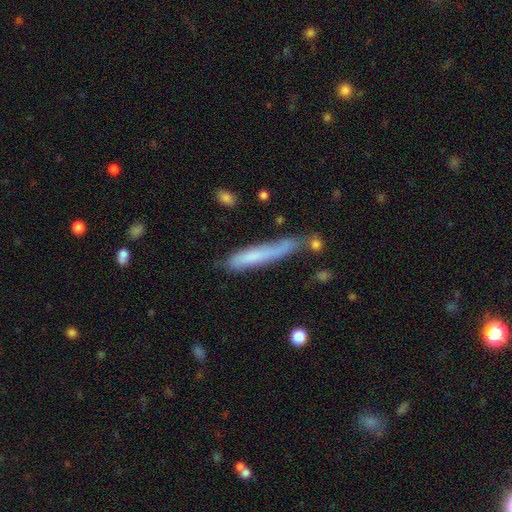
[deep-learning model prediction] Smooth or featured?
  - smooth: 67% *
  - featured or disk: 26%
  - star or artifact: 7%
How rounded?
  - cigar-shaped: 92% *
  - in between: 7%
  - round: 1%
Merging?
  - none: 54% *
  - minor disturbance: 29%
  - major disturbance: 9%
  - merger: 8%